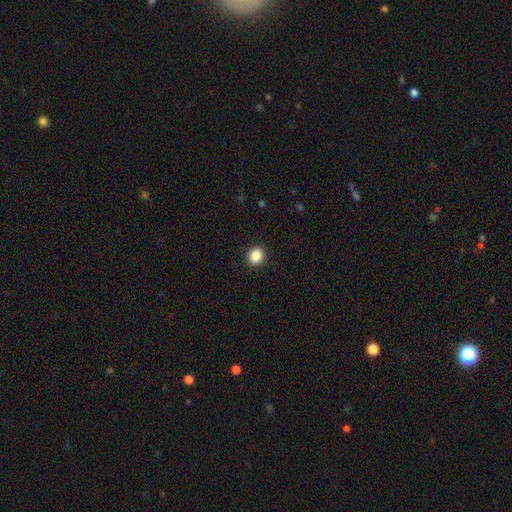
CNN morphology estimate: Q: Smooth or featured?
A: smooth (87%); runner-up: star or artifact (9%)
Q: How rounded?
A: round (68%); runner-up: in between (31%)
Q: Merging?
A: none (92%); runner-up: minor disturbance (6%)